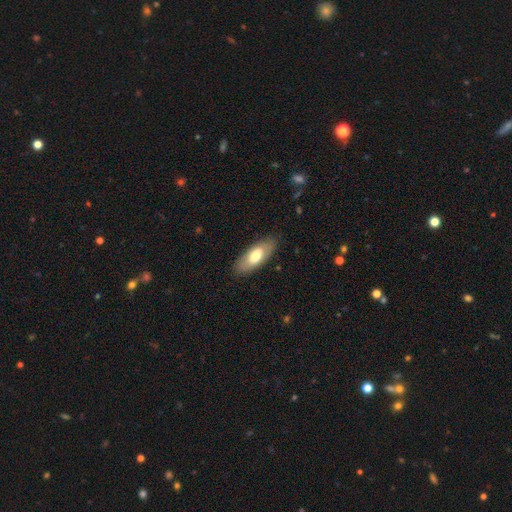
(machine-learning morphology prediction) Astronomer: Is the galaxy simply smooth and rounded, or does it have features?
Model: smooth — 67%.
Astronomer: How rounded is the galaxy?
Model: in between — 81%.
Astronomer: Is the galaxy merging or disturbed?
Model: none — 84%.